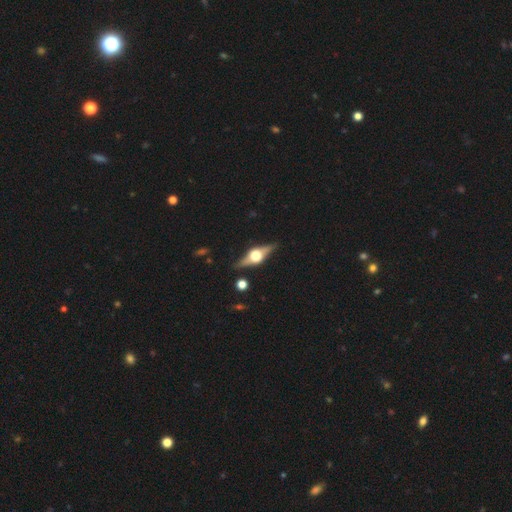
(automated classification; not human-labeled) A featured or disk galaxy (81%) viewed edge-on (97%) with a rounded central bulge (94%).

Vote fractions:
- Smooth or featured? featured or disk: 81% / smooth: 12% / star or artifact: 6%
- Edge-on disk? yes: 97% / no: 3%
- Edge-on bulge? rounded: 94% / boxy: 5% / none: 1%
- Merging? none: 87% / minor disturbance: 9% / major disturbance: 2% / merger: 2%